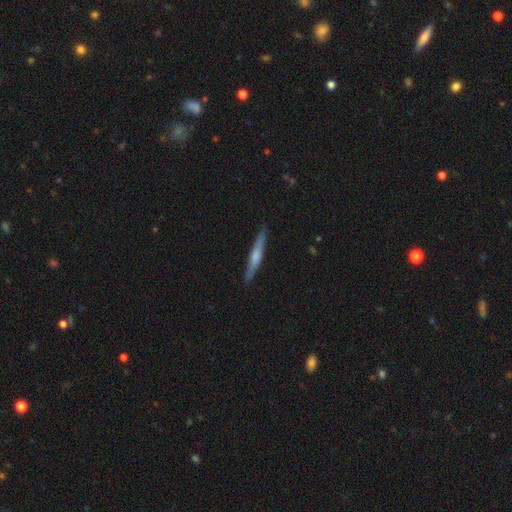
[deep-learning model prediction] The model was most divided on "smooth or featured": featured or disk: 54%, smooth: 40%, star or artifact: 5%. More confident: edge-on disk — yes (96%); merging — none (88%); edge-on bulge — rounded (57%).